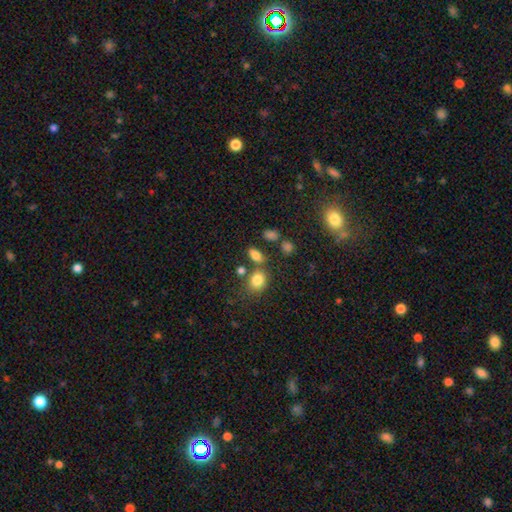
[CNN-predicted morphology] Overall: smooth (79%). How rounded: in between (80%). Merging: none (64%).